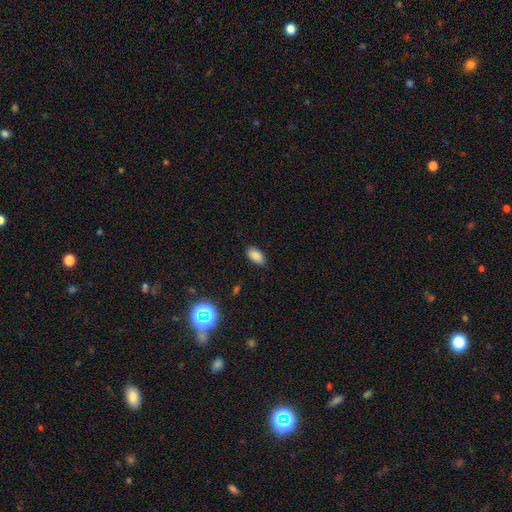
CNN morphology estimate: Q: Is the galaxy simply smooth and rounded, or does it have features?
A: smooth — 84%.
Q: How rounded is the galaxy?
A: in between — 93%.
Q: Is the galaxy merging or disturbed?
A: none — 87%.